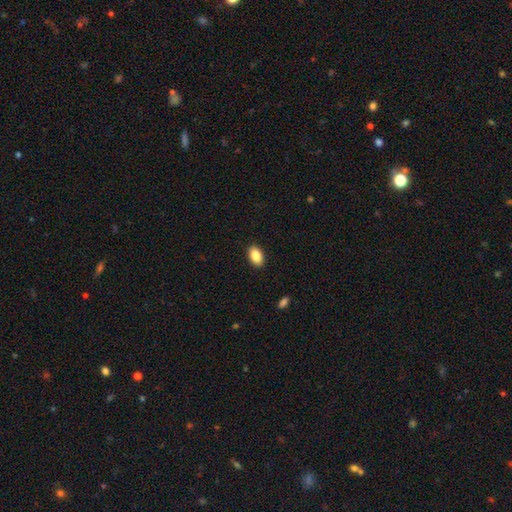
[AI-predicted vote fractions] A smooth galaxy with no disk features (87%) that is in between round and cigar-shaped (92%). Merging: none (90%).